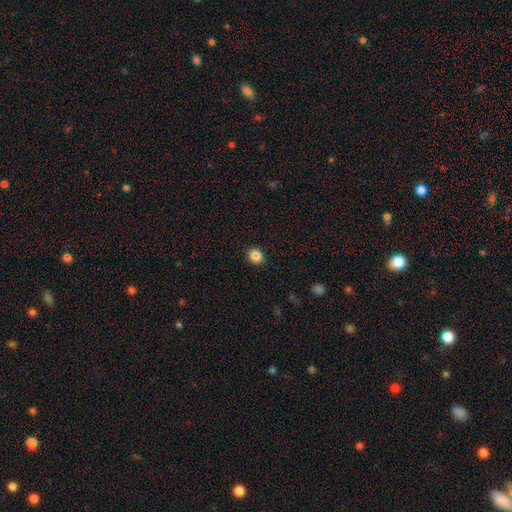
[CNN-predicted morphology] Smooth or featured: smooth — 85% (star or artifact — 10%)
How rounded: round — 73% (in between — 26%)
Merging: none — 91% (minor disturbance — 7%)